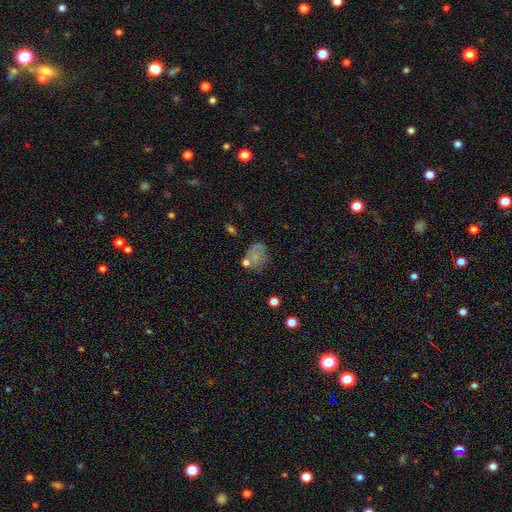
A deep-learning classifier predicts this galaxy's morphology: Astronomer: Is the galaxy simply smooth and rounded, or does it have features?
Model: smooth — 61%.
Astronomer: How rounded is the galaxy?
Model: in between — 55% (runner-up: round, 44%).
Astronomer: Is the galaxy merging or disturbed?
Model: none — 49%.